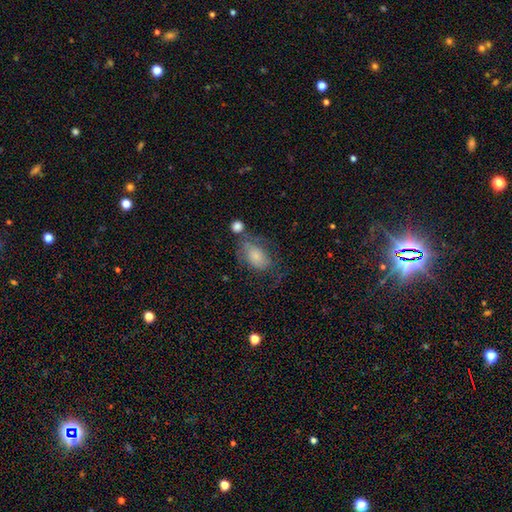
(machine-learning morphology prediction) This is likely a smooth galaxy (68%). How rounded: clearly in between (86%). Merging: marginally none (39%).